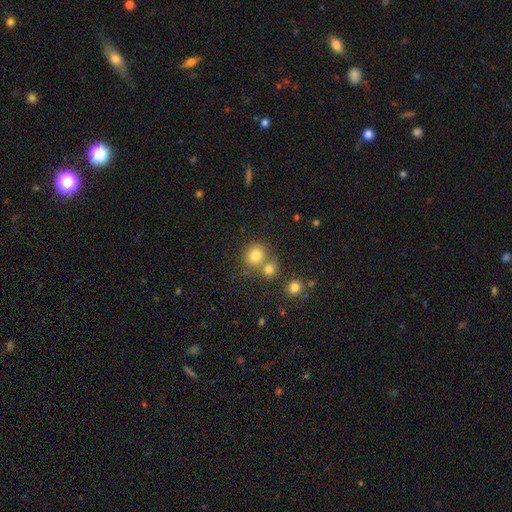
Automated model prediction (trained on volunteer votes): Smooth or featured? smooth (79%)
How rounded? round (81%)
Merging? none (53%)